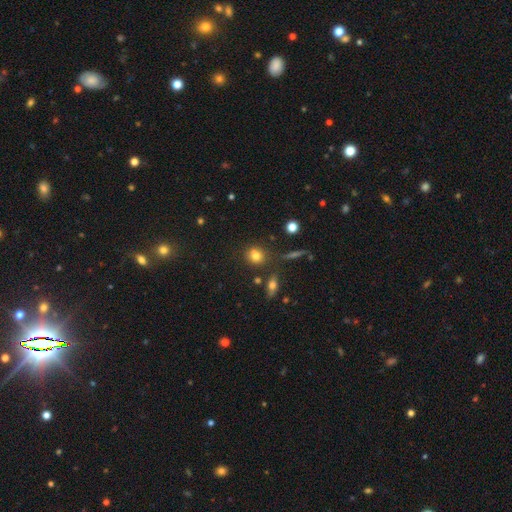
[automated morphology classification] type=smooth (76%); roundness=round (67%); merging=none (68%).